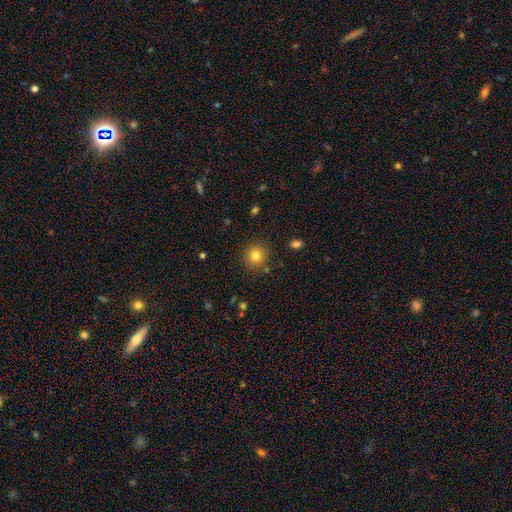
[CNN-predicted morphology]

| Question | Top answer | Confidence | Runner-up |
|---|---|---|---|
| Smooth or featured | smooth | 80% | star or artifact (12%) |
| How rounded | round | 91% | in between (8%) |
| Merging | none | 87% | minor disturbance (8%) |